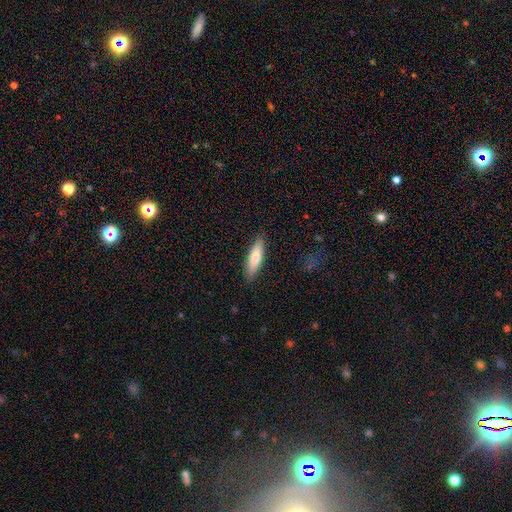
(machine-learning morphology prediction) This is likely a smooth galaxy (77%). How rounded: likely cigar-shaped (67%). Merging: clearly none (88%).